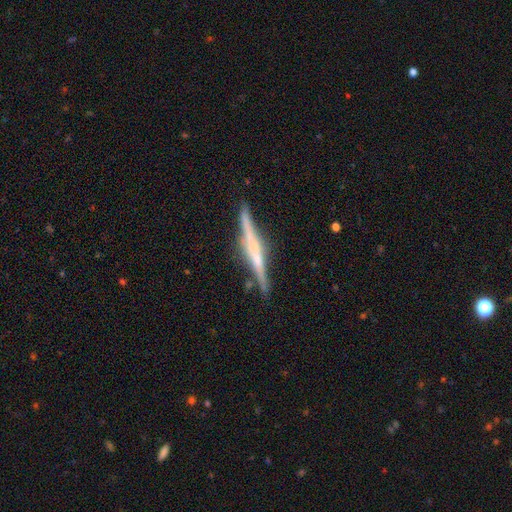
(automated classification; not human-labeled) Overall: featured or disk (77%). Edge-on disk: yes (98%). Edge-on bulge: rounded (42%; none 31%). Merging: none (85%).